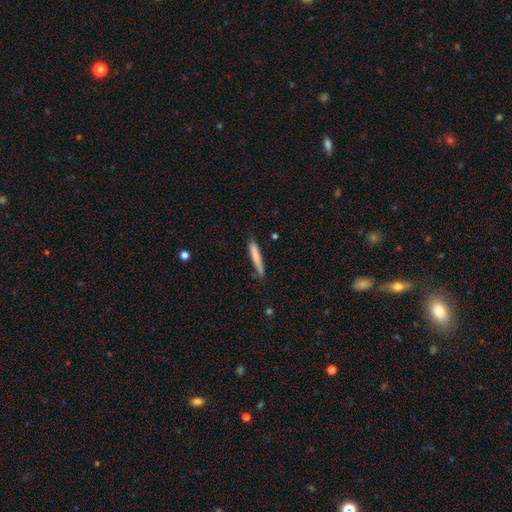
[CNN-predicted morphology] type=smooth (76%); roundness=cigar-shaped (95%); merging=none (80%).